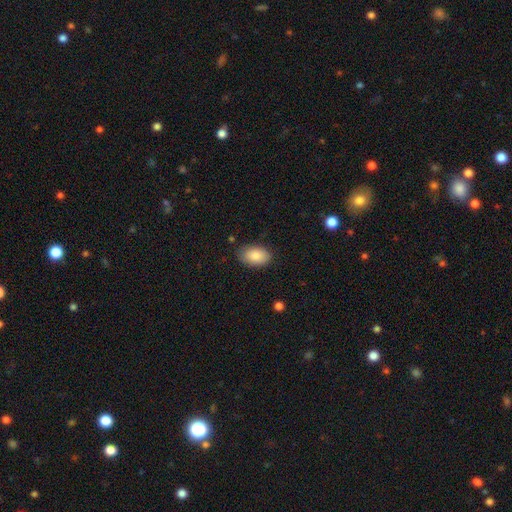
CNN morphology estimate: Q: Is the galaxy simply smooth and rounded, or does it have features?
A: smooth — 86%.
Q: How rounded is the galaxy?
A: in between — 91%.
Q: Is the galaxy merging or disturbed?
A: none — 84%.